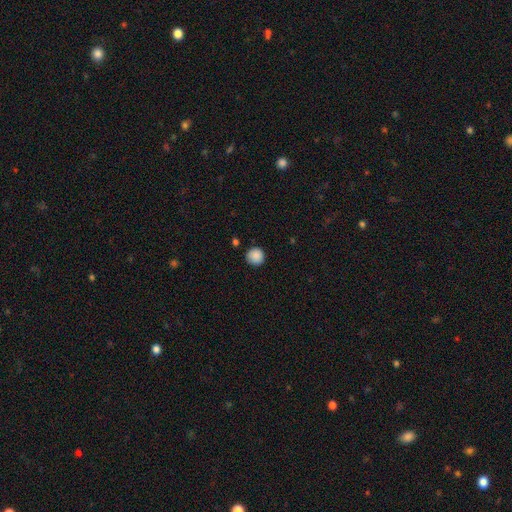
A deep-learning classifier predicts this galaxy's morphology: A smooth galaxy with no disk features (88%) that is round (95%).

Vote fractions:
- Smooth or featured? smooth: 88% / star or artifact: 9% / featured or disk: 3%
- How rounded? round: 95% / in between: 4% / cigar-shaped: 1%
- Merging? none: 88% / minor disturbance: 8% / major disturbance: 2% / merger: 2%